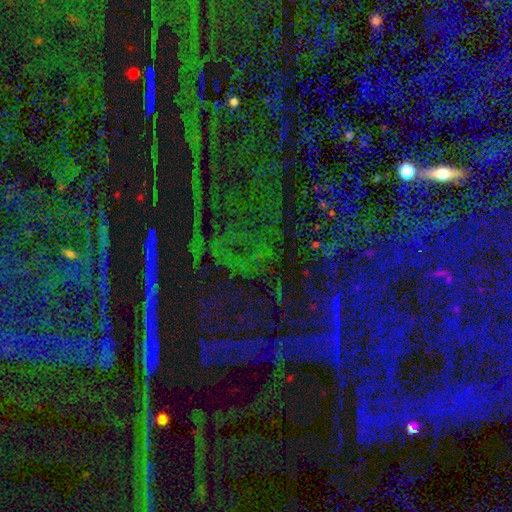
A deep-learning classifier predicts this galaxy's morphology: Smooth or featured? star or artifact (80%)